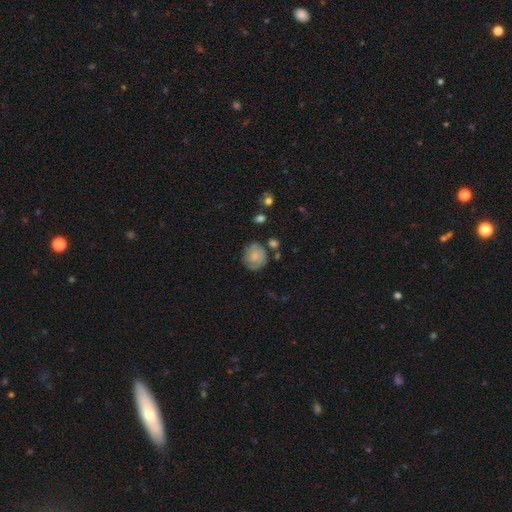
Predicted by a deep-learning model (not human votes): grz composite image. It shows a smooth galaxy with no disk features (59%) that is round (73%). Merging: none (63%).